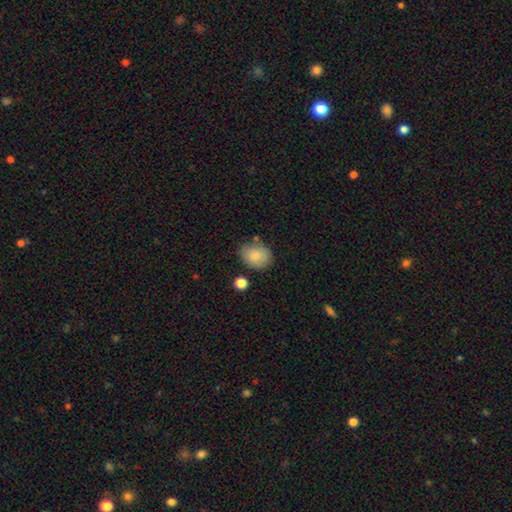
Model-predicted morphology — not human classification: A smooth galaxy with no disk features (84%) that is in between round and cigar-shaped (52%).

Vote fractions:
- Smooth or featured? smooth: 84% / featured or disk: 9% / star or artifact: 8%
- How rounded? in between: 52% / round: 47% / cigar-shaped: 1%
- Merging? none: 70% / minor disturbance: 20% / merger: 6% / major disturbance: 5%